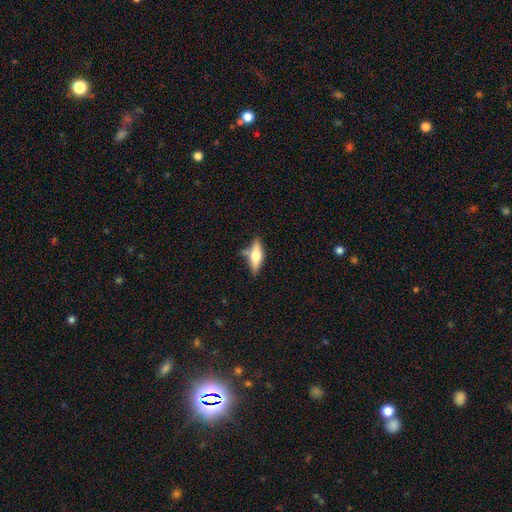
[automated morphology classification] smooth 54%, featured or disk 39%, star or artifact 7%. Down the decision tree: how rounded — in between (52%); merging — none (62%).